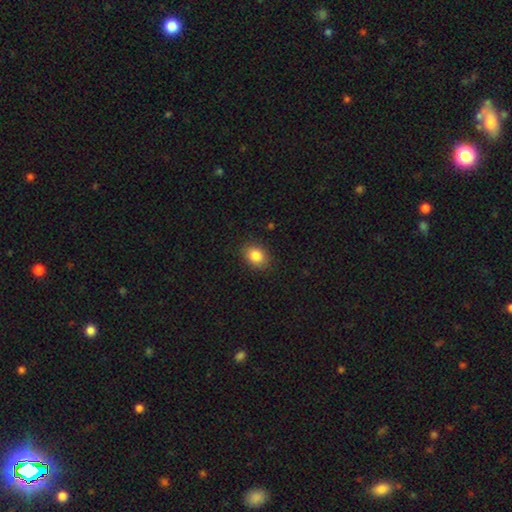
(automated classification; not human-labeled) This is clearly a smooth galaxy (86%). How rounded: likely in between (61%). Merging: clearly none (88%).